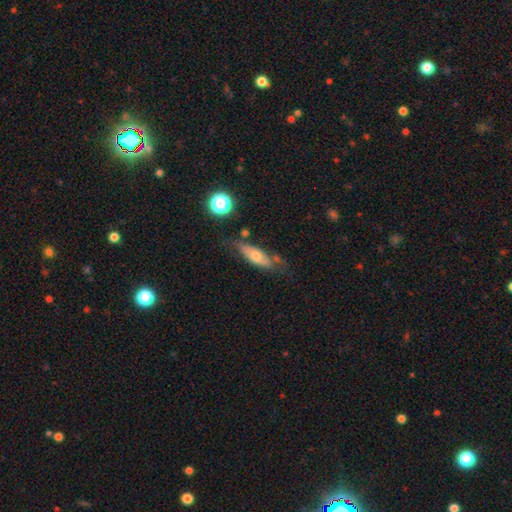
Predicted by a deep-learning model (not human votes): A smooth galaxy with no disk features (55%) that is in between round and cigar-shaped (58%). Merging: none (58%).